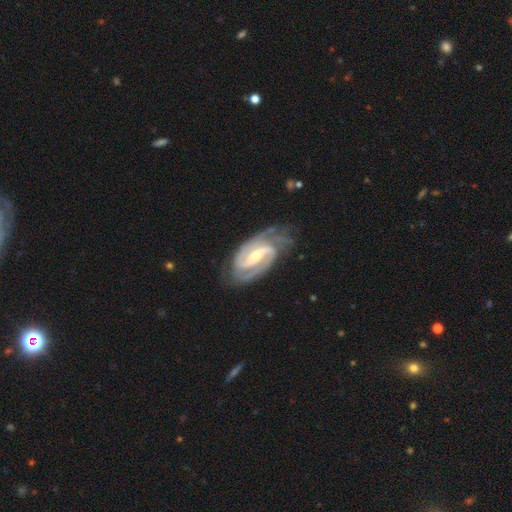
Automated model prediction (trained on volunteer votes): Smooth or featured?
  - featured or disk: 93% *
  - star or artifact: 4%
  - smooth: 4%
Edge-on disk?
  - no: 97% *
  - yes: 3%
Bar?
  - strong: 47% *
  - weak: 36%
  - no: 17%
Spiral arms?
  - yes: 98% *
  - no: 2%
Spiral winding?
  - medium: 46% *
  - tight: 44%
  - loose: 9%
Spiral arm count?
  - 2: 73% *
  - 3: 15%
  - can't tell: 5%
  - 4: 3%
  - 1: 2%
  - more than 4: 2%
Bulge size?
  - small: 53% *
  - moderate: 43%
  - large: 2%
  - none: 1%
  - dominant: 1%
Merging?
  - none: 72% *
  - minor disturbance: 19%
  - major disturbance: 7%
  - merger: 1%